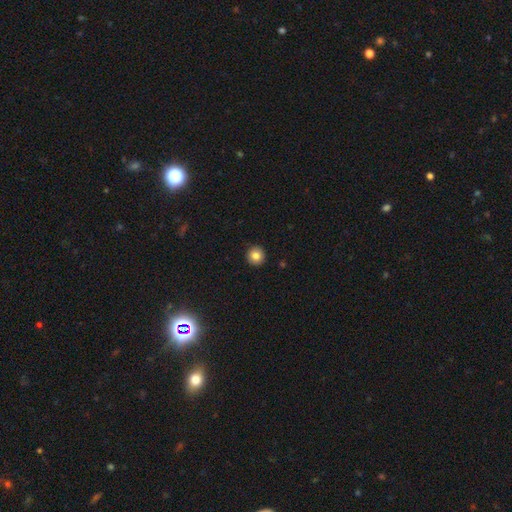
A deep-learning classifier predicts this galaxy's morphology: Q: Smooth or featured?
A: smooth (83%); runner-up: star or artifact (10%)
Q: How rounded?
A: round (95%); runner-up: in between (4%)
Q: Merging?
A: none (93%); runner-up: minor disturbance (5%)